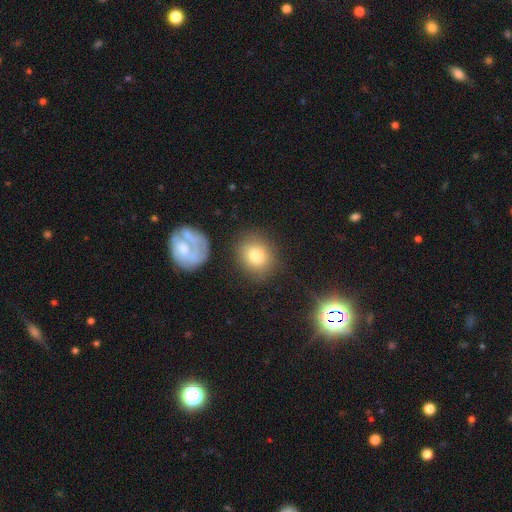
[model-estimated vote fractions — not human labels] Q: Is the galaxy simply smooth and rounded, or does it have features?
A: smooth — 78%.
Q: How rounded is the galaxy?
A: round — 76%.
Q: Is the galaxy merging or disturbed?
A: none — 78%.